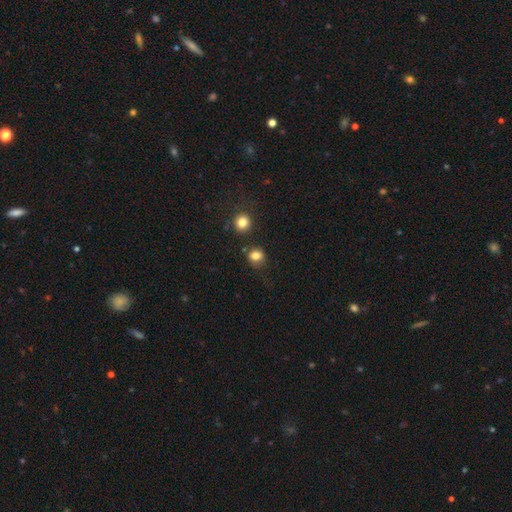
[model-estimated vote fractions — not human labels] Smooth or featured?
  - smooth: 80% *
  - star or artifact: 13%
  - featured or disk: 7%
How rounded?
  - round: 73% *
  - in between: 26%
  - cigar-shaped: 1%
Merging?
  - none: 72% *
  - minor disturbance: 16%
  - merger: 7%
  - major disturbance: 5%